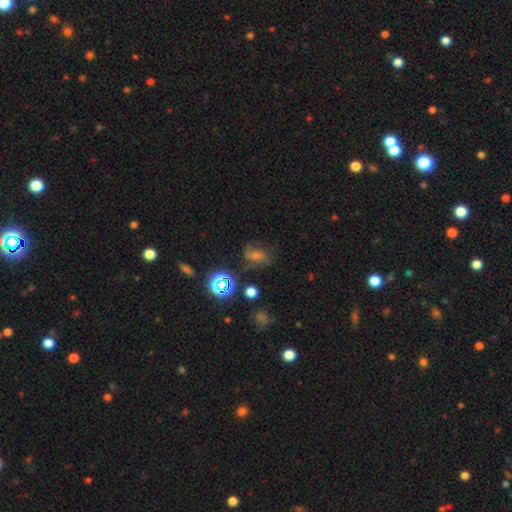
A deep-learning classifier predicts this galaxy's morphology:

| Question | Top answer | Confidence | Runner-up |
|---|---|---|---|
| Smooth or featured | featured or disk | 45% | star or artifact (30%) |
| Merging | none | 68% | minor disturbance (19%) |